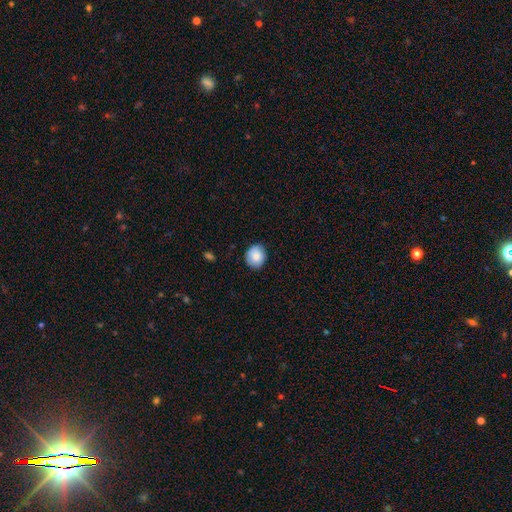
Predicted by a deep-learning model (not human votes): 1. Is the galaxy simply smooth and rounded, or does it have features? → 86% smooth, 8% star or artifact, 7% featured or disk.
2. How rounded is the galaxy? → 78% round, 21% in between, 1% cigar-shaped.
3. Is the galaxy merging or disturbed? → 86% none, 11% minor disturbance, 2% major disturbance, 1% merger.